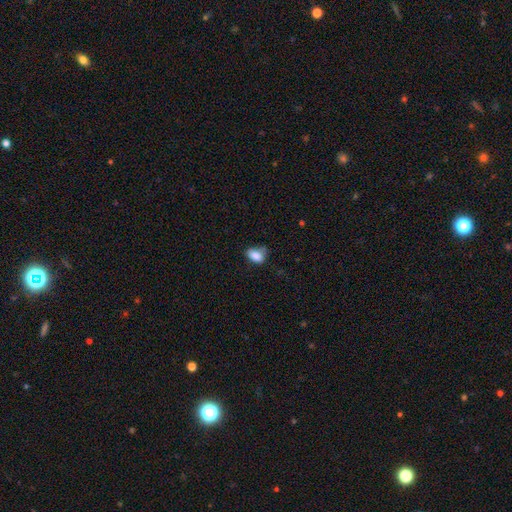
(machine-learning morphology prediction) Smooth or featured? smooth (84%)
How rounded? in between (84%)
Merging? none (50%)